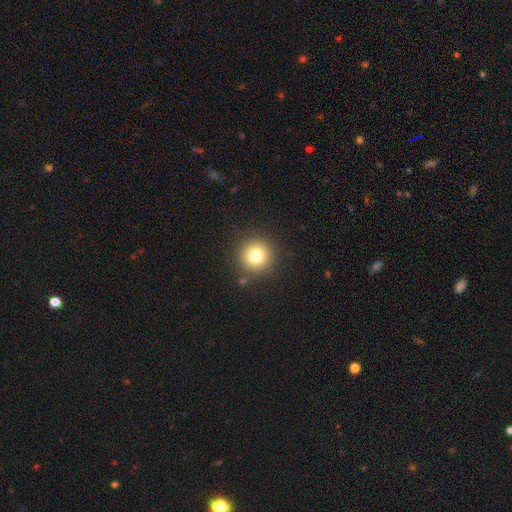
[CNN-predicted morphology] Smooth or featured: smooth — 78% (star or artifact — 13%)
How rounded: round — 95% (in between — 4%)
Merging: none — 89% (minor disturbance — 6%)